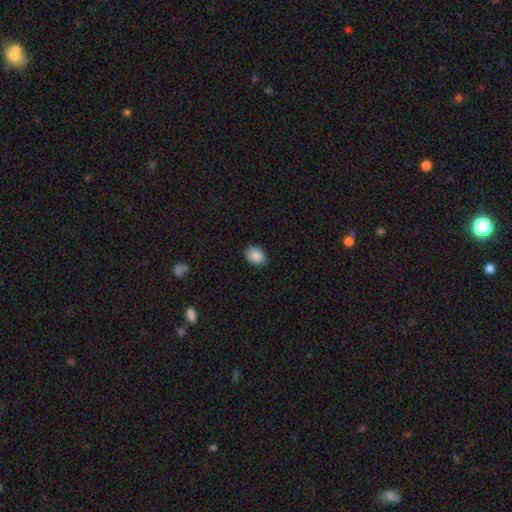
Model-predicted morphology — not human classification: Smooth or featured: smooth — 88% (star or artifact — 8%)
How rounded: in between — 69% (round — 30%)
Merging: none — 85% (minor disturbance — 12%)